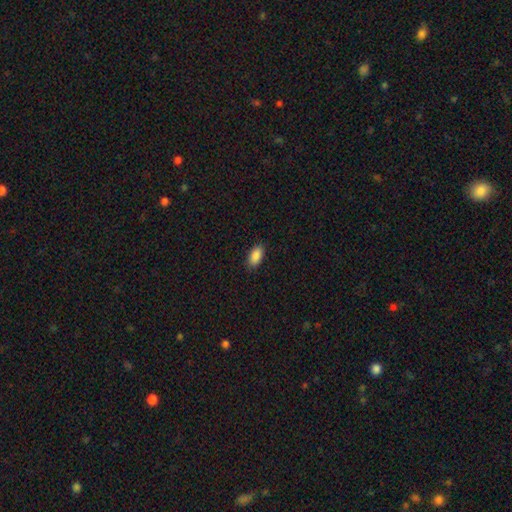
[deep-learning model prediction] Q: Smooth or featured?
A: smooth (89%); runner-up: star or artifact (8%)
Q: How rounded?
A: in between (92%); runner-up: cigar-shaped (4%)
Q: Merging?
A: none (87%); runner-up: minor disturbance (10%)